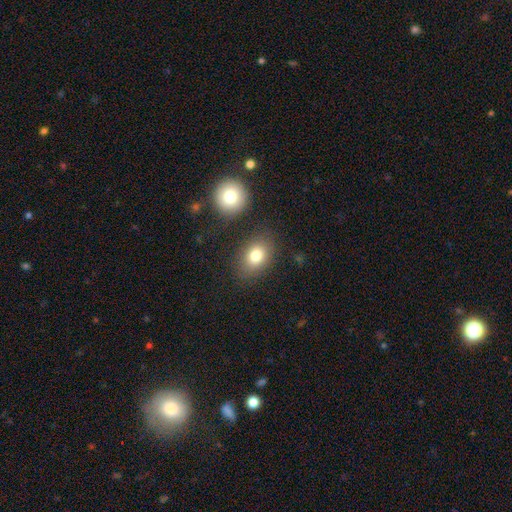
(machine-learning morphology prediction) Q: Smooth or featured?
A: smooth (79%); runner-up: featured or disk (11%)
Q: How rounded?
A: in between (69%); runner-up: round (30%)
Q: Merging?
A: none (77%); runner-up: minor disturbance (12%)